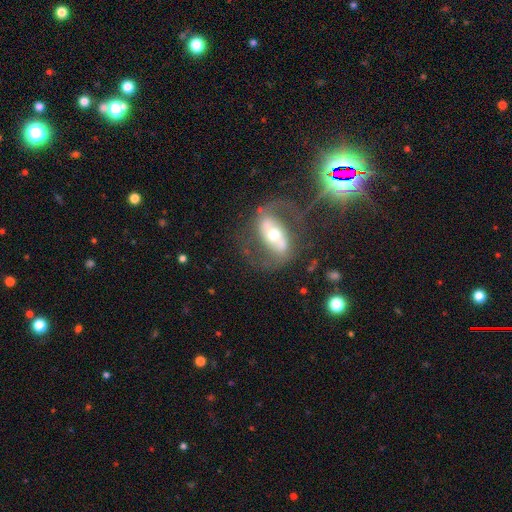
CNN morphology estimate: smooth-or-featured: featured or disk: 77% | star or artifact: 13% | smooth: 11%
  disk-edge-on: no: 91% | yes: 9%
    bar: strong: 50% | weak: 31% | no: 20%
    has-spiral-arms: yes: 87% | no: 13%
      spiral-winding: medium: 48% | tight: 27% | loose: 26%
      spiral-arm-count: 2: 84% | can't tell: 8% | 1: 3% | 3: 2% | 4: 1% | more than 4: 1%
    bulge-size: moderate: 54% | small: 35% | large: 7% | dominant: 2% | none: 2%
  merging: none: 67% | minor disturbance: 15% | major disturbance: 12% | merger: 6%